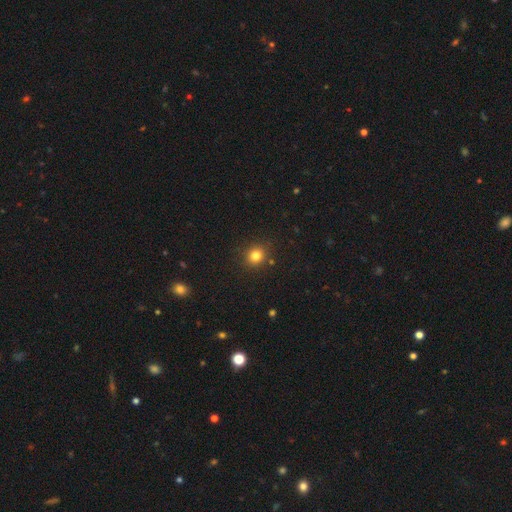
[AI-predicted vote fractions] A smooth galaxy with no disk features (81%) that is round (84%).

Vote fractions:
- Smooth or featured? smooth: 81% / star or artifact: 13% / featured or disk: 5%
- How rounded? round: 84% / in between: 15% / cigar-shaped: 1%
- Merging? none: 88% / minor disturbance: 8% / major disturbance: 2% / merger: 2%